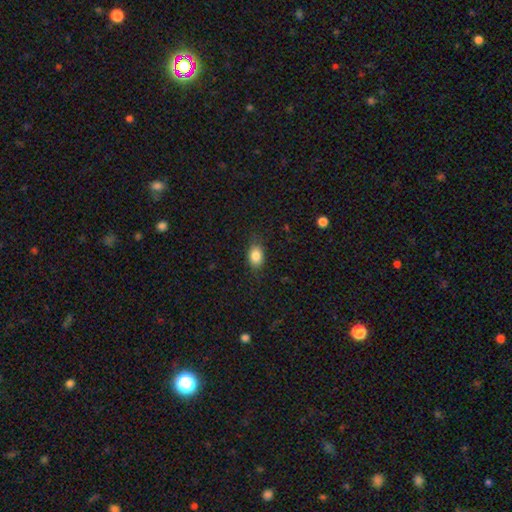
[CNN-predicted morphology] smooth-or-featured: smooth: 84% | star or artifact: 9% | featured or disk: 7%
  how-rounded: in between: 78% | round: 20% | cigar-shaped: 2%
  merging: none: 81% | minor disturbance: 14% | major disturbance: 4% | merger: 1%